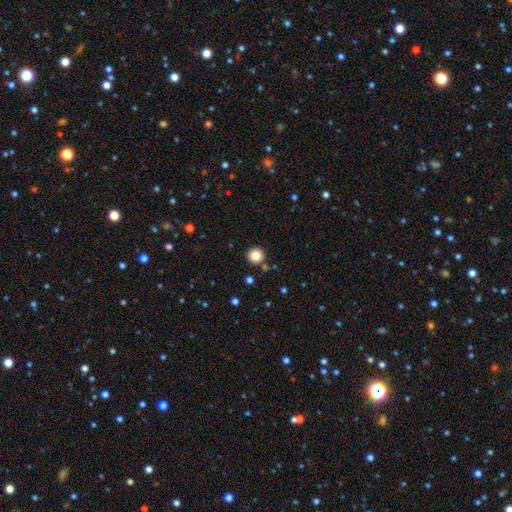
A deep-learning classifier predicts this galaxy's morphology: This is clearly a smooth galaxy (85%). How rounded: clearly round (95%). Merging: clearly none (89%).